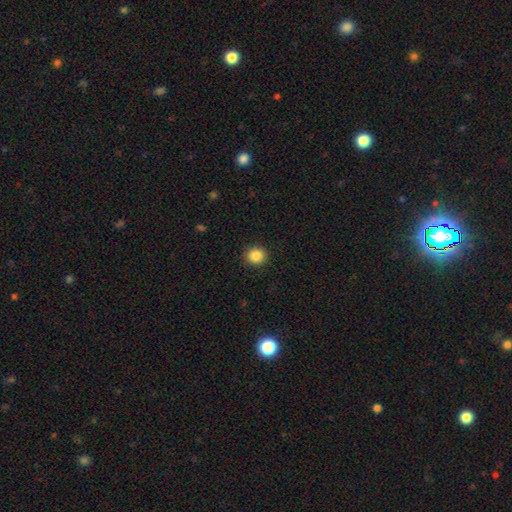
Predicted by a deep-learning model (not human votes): smooth 87%, star or artifact 10%, featured or disk 3%. Down the decision tree: how rounded — round (85%); merging — none (91%).